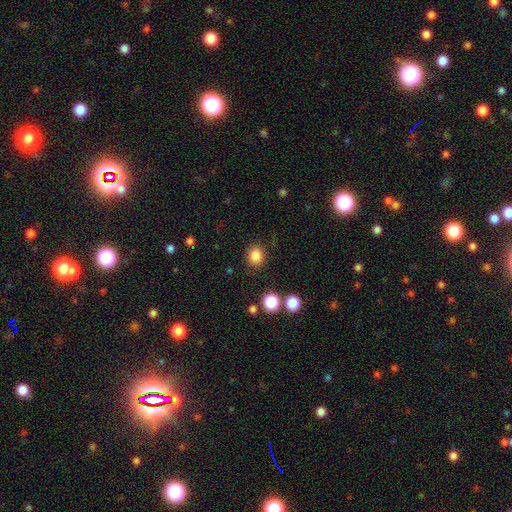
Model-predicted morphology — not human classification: Q: Smooth or featured?
A: smooth (84%); runner-up: star or artifact (11%)
Q: How rounded?
A: round (81%); runner-up: in between (18%)
Q: Merging?
A: none (86%); runner-up: minor disturbance (9%)